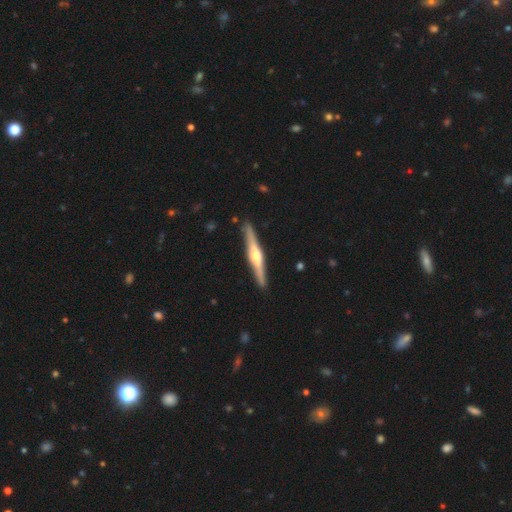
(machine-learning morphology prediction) Smooth or featured?
  - featured or disk: 77% *
  - smooth: 19%
  - star or artifact: 4%
Edge-on disk?
  - yes: 98% *
  - no: 2%
Edge-on bulge?
  - rounded: 90% *
  - boxy: 6%
  - none: 3%
Merging?
  - none: 90% *
  - minor disturbance: 7%
  - major disturbance: 1%
  - merger: 1%